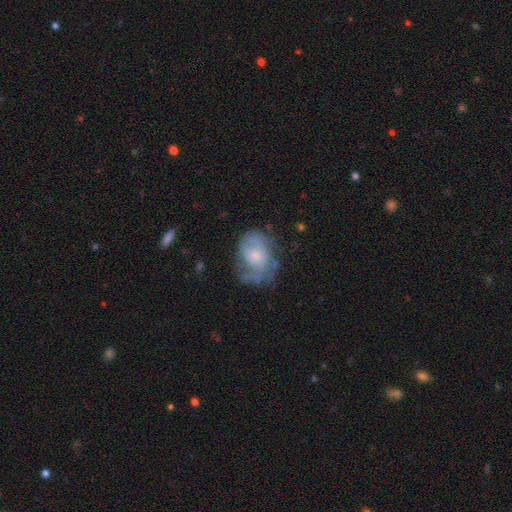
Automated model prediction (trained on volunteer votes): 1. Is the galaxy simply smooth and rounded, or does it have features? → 63% featured or disk, 29% smooth, 8% star or artifact.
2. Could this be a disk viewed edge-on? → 97% no, 3% yes.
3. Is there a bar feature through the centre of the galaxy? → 75% no, 22% weak, 3% strong.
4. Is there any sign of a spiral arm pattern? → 76% yes, 24% no.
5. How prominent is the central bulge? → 56% small, 36% moderate, 4% none, 3% large, 1% dominant.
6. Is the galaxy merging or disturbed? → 50% none, 27% minor disturbance, 21% major disturbance, 2% merger.